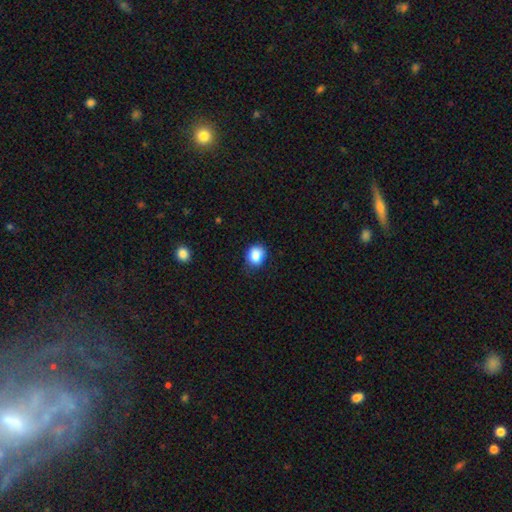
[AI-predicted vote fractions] This is clearly a smooth galaxy (86%). How rounded: likely round (69%). Merging: likely none (75%).